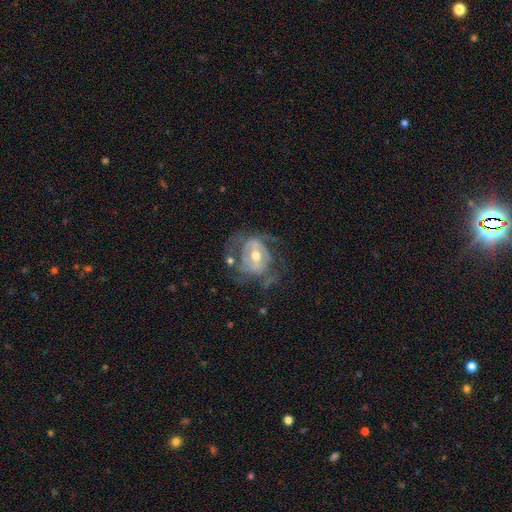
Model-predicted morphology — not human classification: featured or disk 83%, smooth 11%, star or artifact 6%. Down the decision tree: edge-on disk — no (97%); bar — weak (40%); spiral arms — yes (76%); spiral arm count — 2 (39%); spiral winding — tight (45%); bulge size — moderate (69%); merging — none (50%).